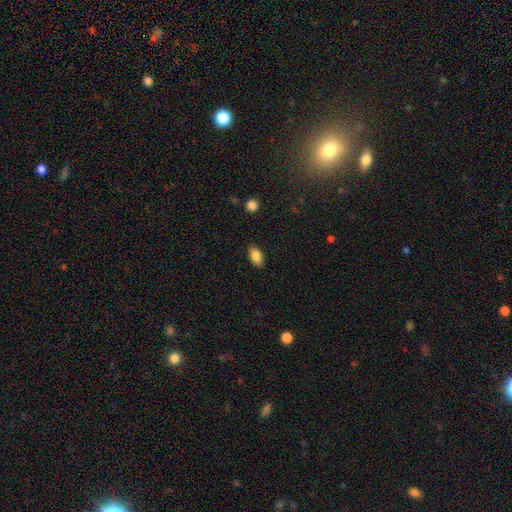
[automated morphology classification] This is clearly a smooth galaxy (86%). How rounded: clearly in between (92%). Merging: clearly none (87%).